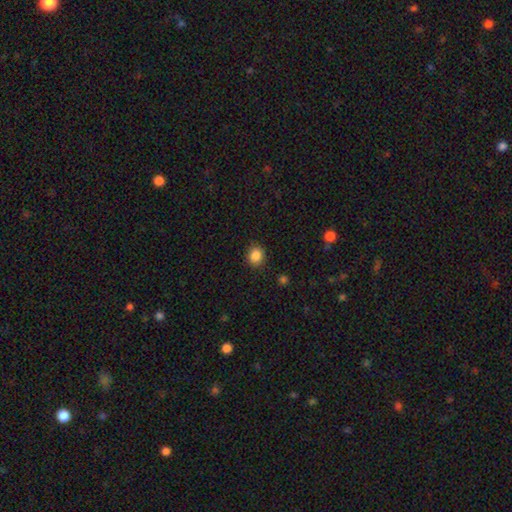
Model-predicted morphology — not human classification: A smooth galaxy with no disk features (86%) that is round (79%).

Vote fractions:
- Smooth or featured? smooth: 86% / star or artifact: 10% / featured or disk: 4%
- How rounded? round: 79% / in between: 20% / cigar-shaped: 1%
- Merging? none: 89% / minor disturbance: 8% / major disturbance: 2% / merger: 1%